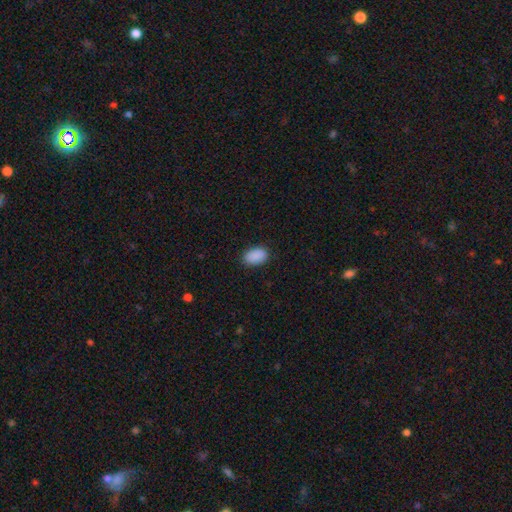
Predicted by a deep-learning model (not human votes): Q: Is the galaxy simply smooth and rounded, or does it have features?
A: smooth — 91%.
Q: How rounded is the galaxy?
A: in between — 91%.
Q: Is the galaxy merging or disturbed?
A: none — 88%.